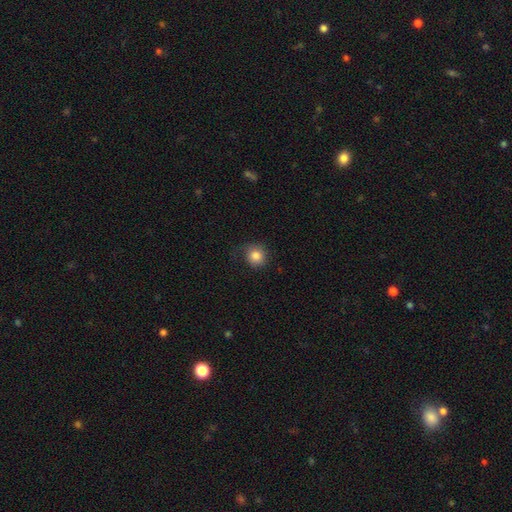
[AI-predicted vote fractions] Q: Smooth or featured?
A: smooth (84%); runner-up: star or artifact (10%)
Q: How rounded?
A: round (87%); runner-up: in between (12%)
Q: Merging?
A: none (69%); runner-up: minor disturbance (22%)